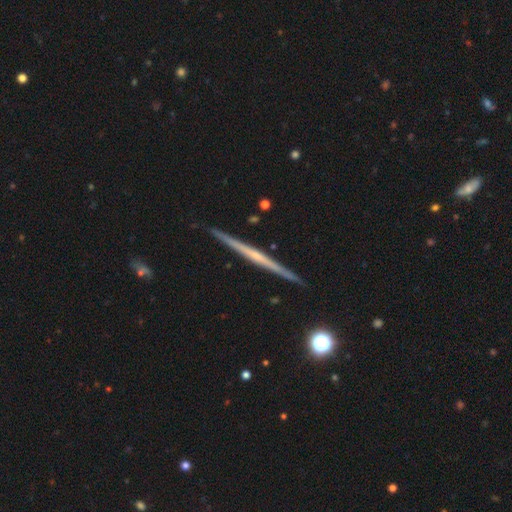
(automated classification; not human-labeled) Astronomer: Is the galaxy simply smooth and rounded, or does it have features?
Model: featured or disk — 75%.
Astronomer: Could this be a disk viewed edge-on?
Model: yes — 98%.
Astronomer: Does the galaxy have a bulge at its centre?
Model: none — 59%.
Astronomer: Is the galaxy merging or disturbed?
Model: none — 92%.